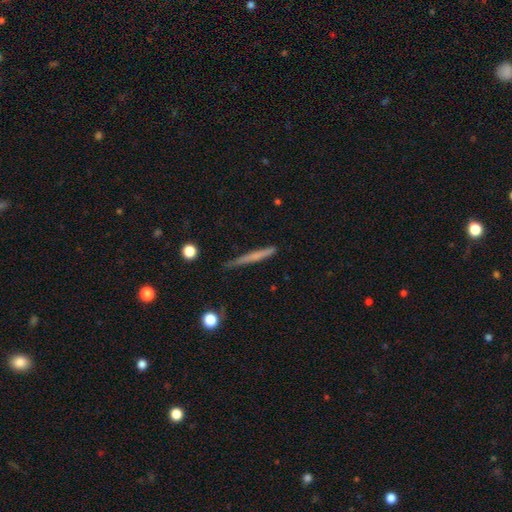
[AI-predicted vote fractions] Q: Smooth or featured?
A: smooth (55%); runner-up: featured or disk (38%)
Q: How rounded?
A: cigar-shaped (96%); runner-up: in between (3%)
Q: Merging?
A: none (80%); runner-up: minor disturbance (16%)